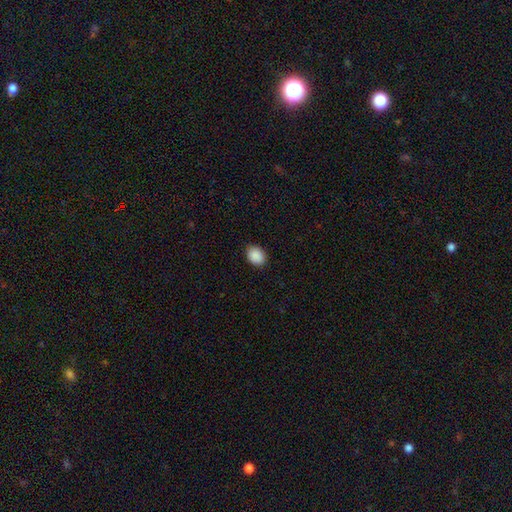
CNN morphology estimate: Smooth or featured? Predicted: smooth (p=0.90). How rounded? Predicted: in between (p=0.59). Merging? Predicted: none (p=0.89).